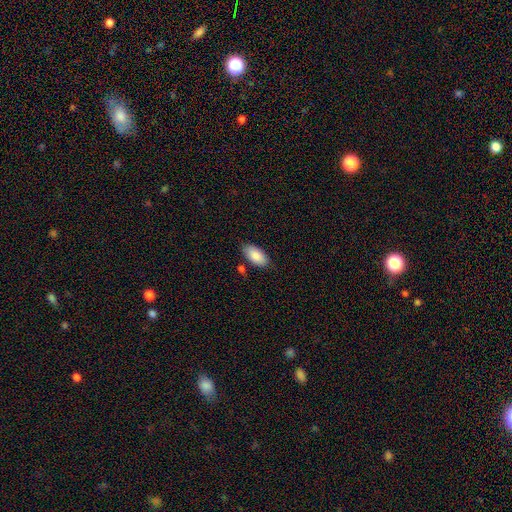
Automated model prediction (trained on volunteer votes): A smooth galaxy with no disk features (87%) that is in between round and cigar-shaped (95%).

Vote fractions:
- Smooth or featured? smooth: 87% / featured or disk: 7% / star or artifact: 6%
- How rounded? in between: 95% / cigar-shaped: 3% / round: 2%
- Merging? none: 80% / minor disturbance: 13% / merger: 4% / major disturbance: 3%